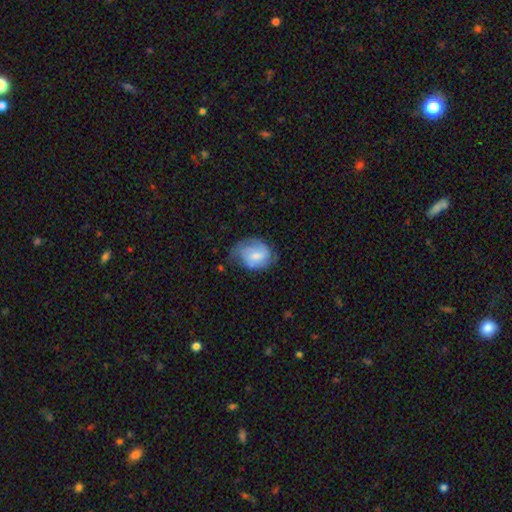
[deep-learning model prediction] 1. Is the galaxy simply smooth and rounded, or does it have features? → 50% featured or disk, 43% smooth, 7% star or artifact.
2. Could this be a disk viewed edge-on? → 97% no, 3% yes.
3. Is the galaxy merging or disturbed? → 46% none, 34% minor disturbance, 17% major disturbance, 2% merger.